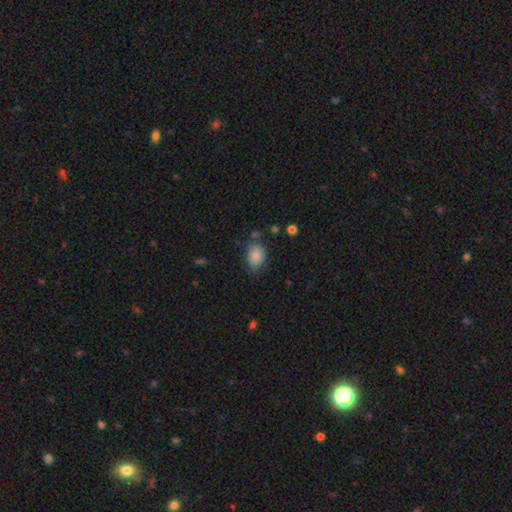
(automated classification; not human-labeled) The model was most divided on "merging": none: 69%, minor disturbance: 22%, major disturbance: 5%, merger: 4%. More confident: smooth or featured — smooth (84%); how rounded — in between (74%).